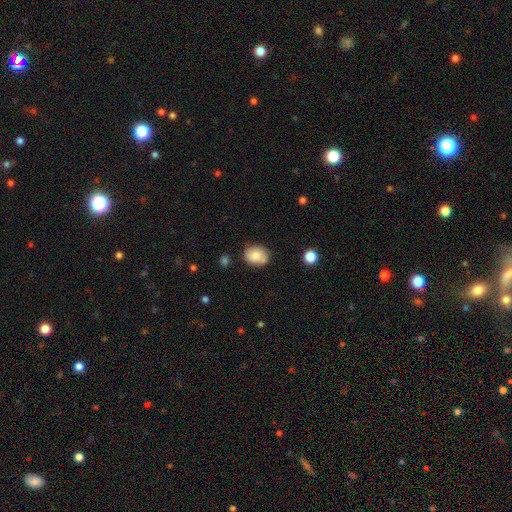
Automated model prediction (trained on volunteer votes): smooth 81%, featured or disk 11%, star or artifact 8%. Down the decision tree: how rounded — in between (50%); merging — none (70%).